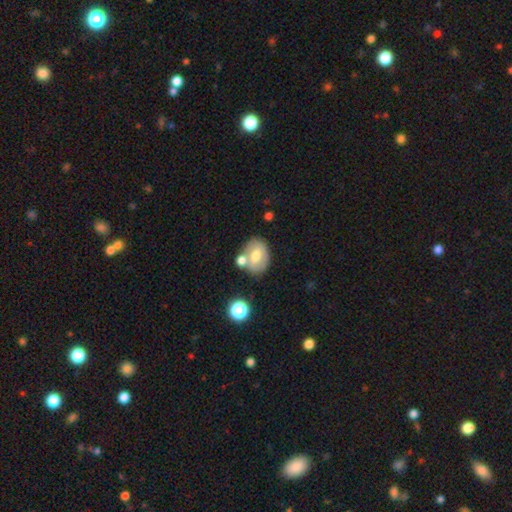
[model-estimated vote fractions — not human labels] A smooth galaxy with no disk features (59%) that is in between round and cigar-shaped (65%).

Vote fractions:
- Smooth or featured? smooth: 59% / featured or disk: 32% / star or artifact: 9%
- How rounded? in between: 65% / round: 34% / cigar-shaped: 1%
- Merging? none: 53% / merger: 27% / minor disturbance: 15% / major disturbance: 5%